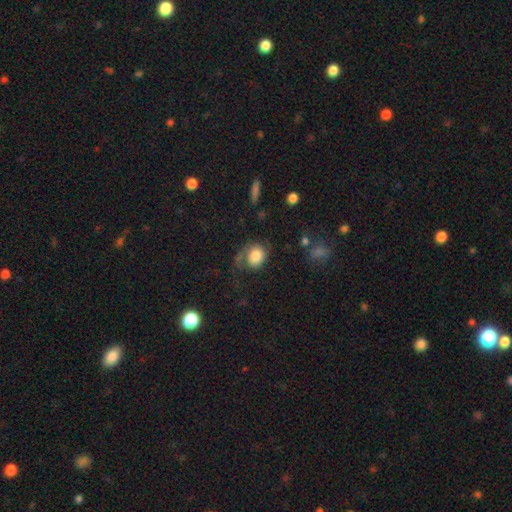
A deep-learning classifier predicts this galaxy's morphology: A smooth galaxy with no disk features (61%) that is round (59%).

Vote fractions:
- Smooth or featured? smooth: 61% / featured or disk: 31% / star or artifact: 8%
- How rounded? round: 59% / in between: 40% / cigar-shaped: 1%
- Merging? none: 40% / major disturbance: 35% / minor disturbance: 21% / merger: 4%